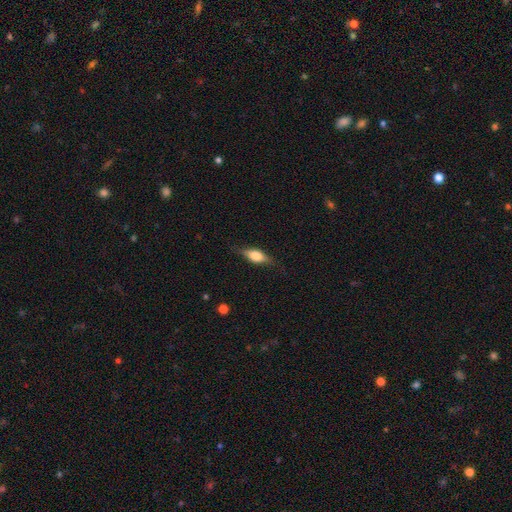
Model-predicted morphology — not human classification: Q: Smooth or featured?
A: smooth (56%); runner-up: featured or disk (37%)
Q: How rounded?
A: in between (70%); runner-up: cigar-shaped (24%)
Q: Merging?
A: none (76%); runner-up: minor disturbance (18%)